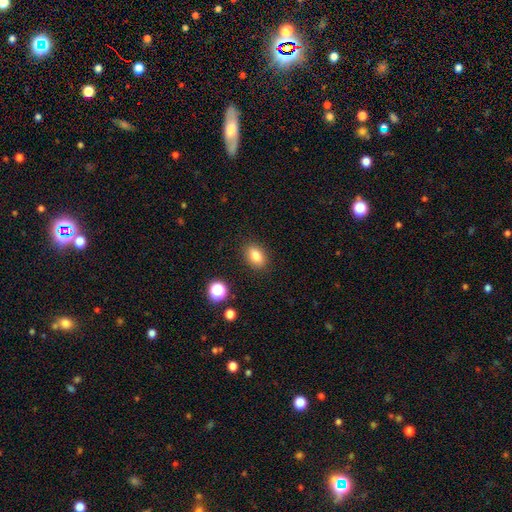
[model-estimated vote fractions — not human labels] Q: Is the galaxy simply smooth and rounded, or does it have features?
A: smooth — 83%.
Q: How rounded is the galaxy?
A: in between — 80%.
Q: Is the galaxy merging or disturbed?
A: none — 87%.